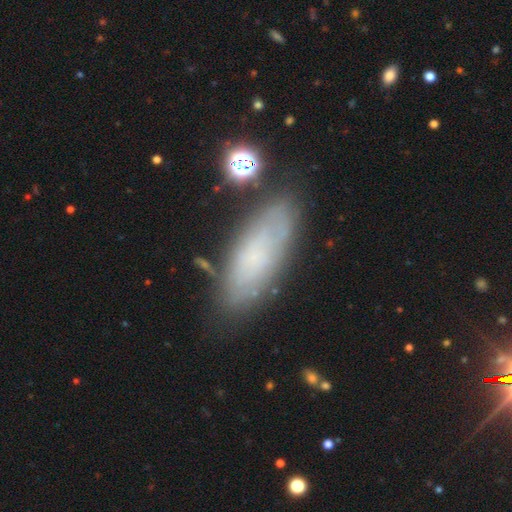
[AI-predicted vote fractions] Morphology: type=smooth (57%); roundness=in between (71%); merging=none (74%).